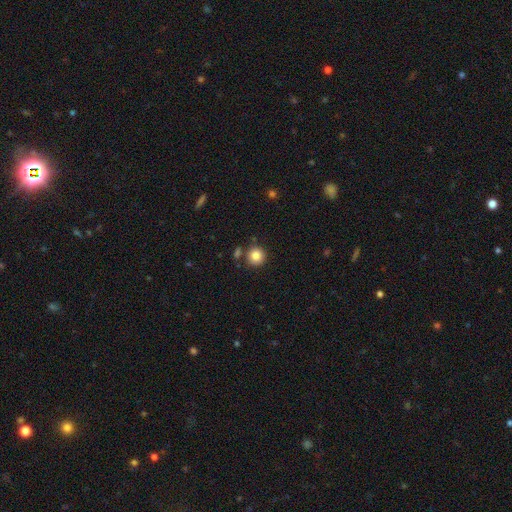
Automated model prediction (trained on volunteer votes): Smooth or featured: smooth — 83% (star or artifact — 10%)
How rounded: round — 93% (in between — 6%)
Merging: none — 81% (minor disturbance — 9%)